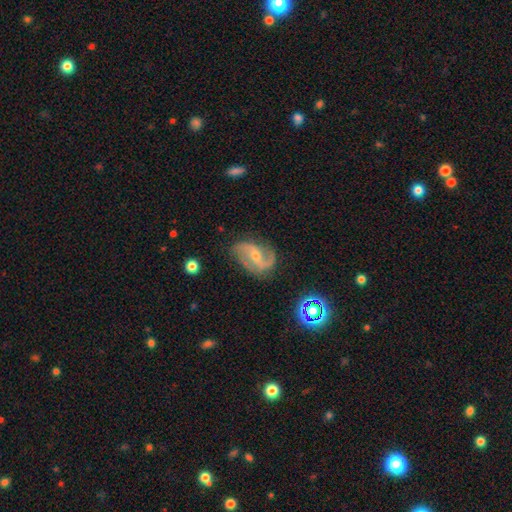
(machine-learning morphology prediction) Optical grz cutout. It shows a featured or disk galaxy (86%) with a weak bar (41%), 2 (88%) loose (55%) spiral arms (96%) and a small central bulge (61%). Merging: none (72%).